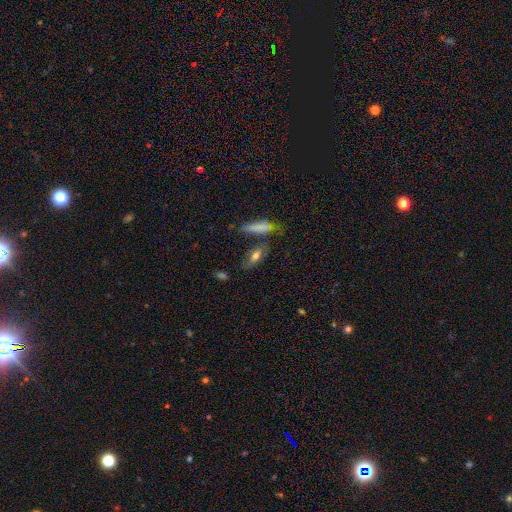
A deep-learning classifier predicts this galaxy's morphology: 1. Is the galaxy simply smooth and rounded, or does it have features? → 60% smooth, 31% featured or disk, 9% star or artifact.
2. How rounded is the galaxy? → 56% in between, 40% cigar-shaped, 3% round.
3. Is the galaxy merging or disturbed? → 61% none, 18% minor disturbance, 13% merger, 8% major disturbance.